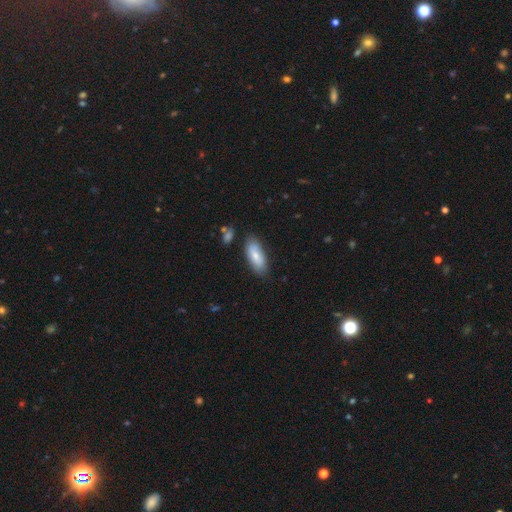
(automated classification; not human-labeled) Smooth or featured? smooth (72%)
How rounded? in between (83%)
Merging? none (79%)